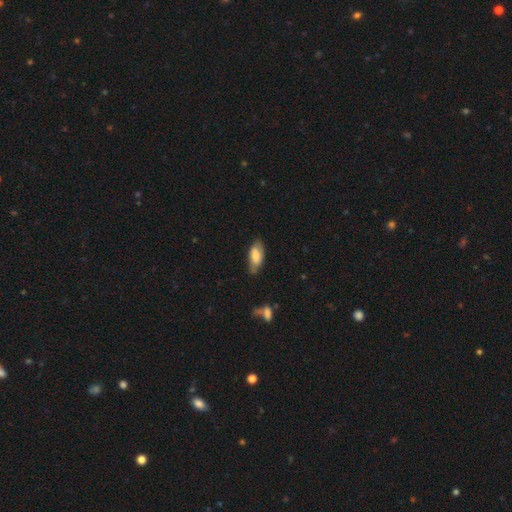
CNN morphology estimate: smooth_or_featured: smooth (p=0.71) [alt: featured or disk p=0.22]
how_rounded: in between (p=0.86) [alt: cigar-shaped p=0.12]
merging: none (p=0.61) [alt: minor disturbance p=0.29]